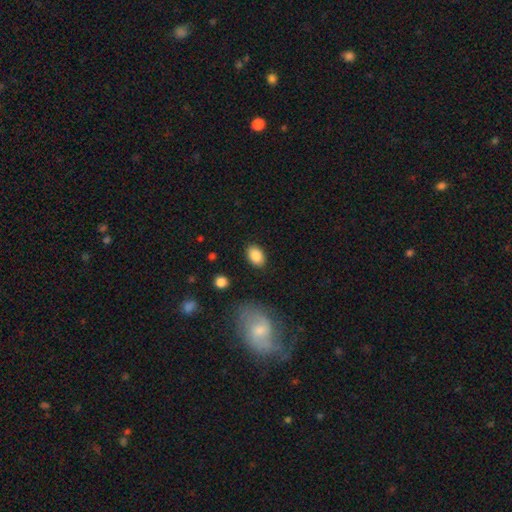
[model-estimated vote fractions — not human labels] Smooth or featured: smooth — 87% (star or artifact — 8%)
How rounded: in between — 85% (round — 14%)
Merging: none — 86% (minor disturbance — 10%)